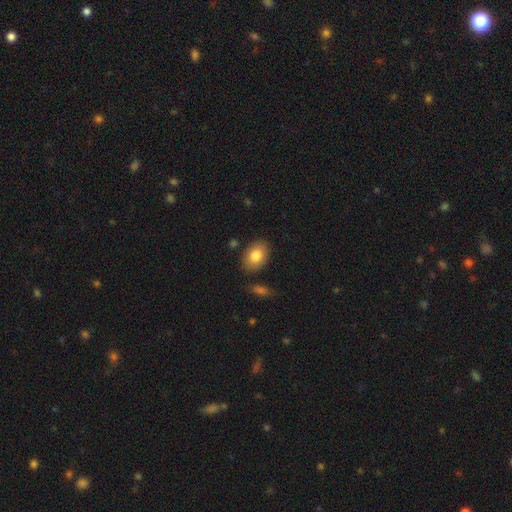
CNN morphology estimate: type=smooth (82%); roundness=in between (82%); merging=none (84%).